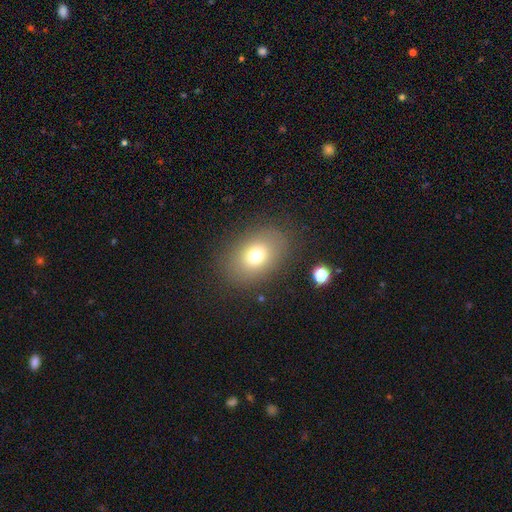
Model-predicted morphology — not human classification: Smooth or featured? smooth (74%)
How rounded? in between (74%)
Merging? none (82%)